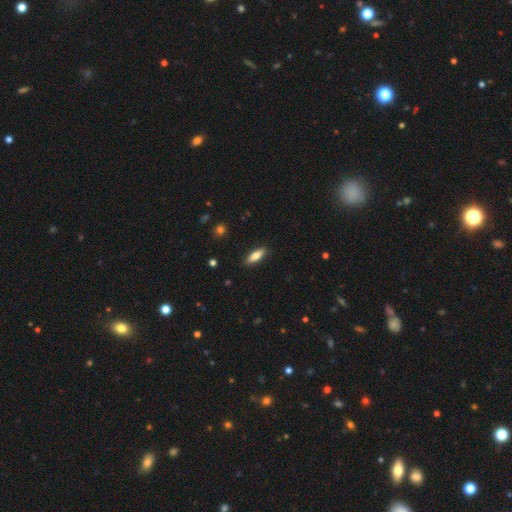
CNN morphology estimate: The model was most divided on "how rounded": in between: 55%, cigar-shaped: 43%, round: 2%. More confident: merging — none (89%); smooth or featured — smooth (74%).